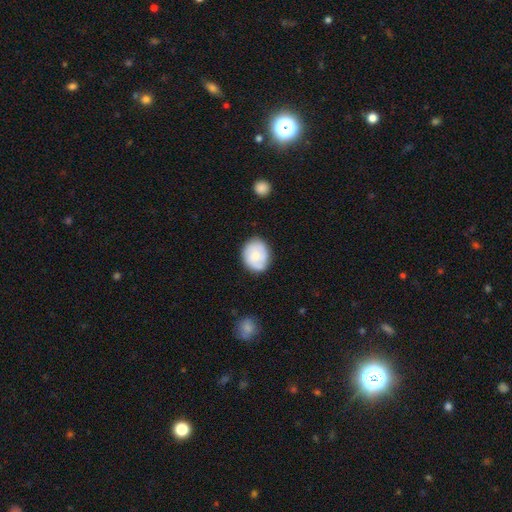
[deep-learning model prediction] Morphology: type=smooth (58%); roundness=round (54%); merging=none (76%).